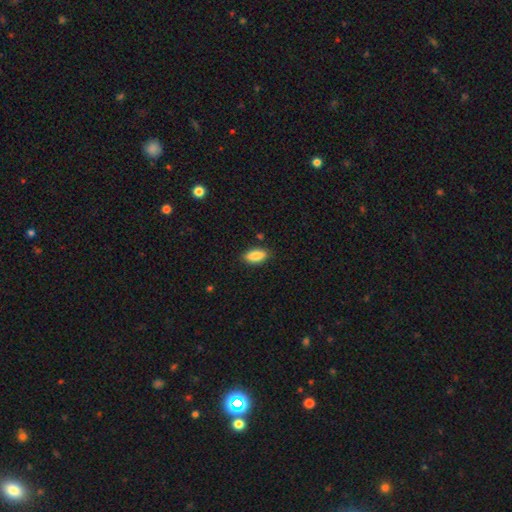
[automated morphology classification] Q: Smooth or featured?
A: smooth (87%); runner-up: star or artifact (7%)
Q: How rounded?
A: in between (88%); runner-up: cigar-shaped (9%)
Q: Merging?
A: none (86%); runner-up: minor disturbance (10%)